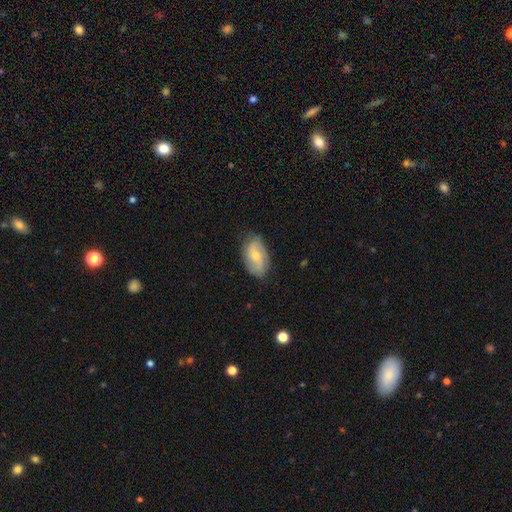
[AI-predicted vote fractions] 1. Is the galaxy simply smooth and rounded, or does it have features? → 47% featured or disk, 46% smooth, 6% star or artifact.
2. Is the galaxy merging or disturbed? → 77% none, 18% minor disturbance, 4% major disturbance, 1% merger.